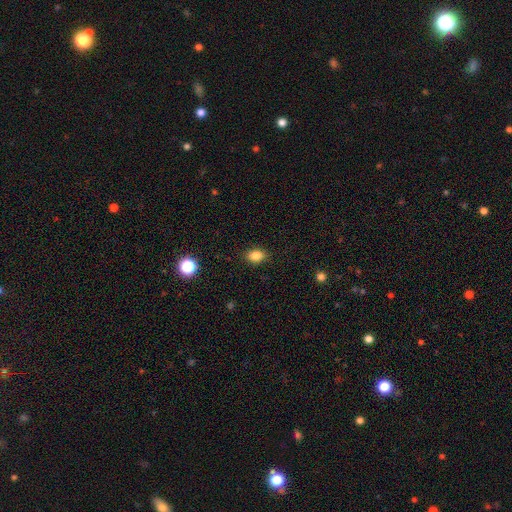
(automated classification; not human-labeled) smooth_or_featured: smooth (p=0.84) [alt: star or artifact p=0.11]
how_rounded: in between (p=0.71) [alt: round p=0.27]
merging: none (p=0.88) [alt: minor disturbance p=0.09]